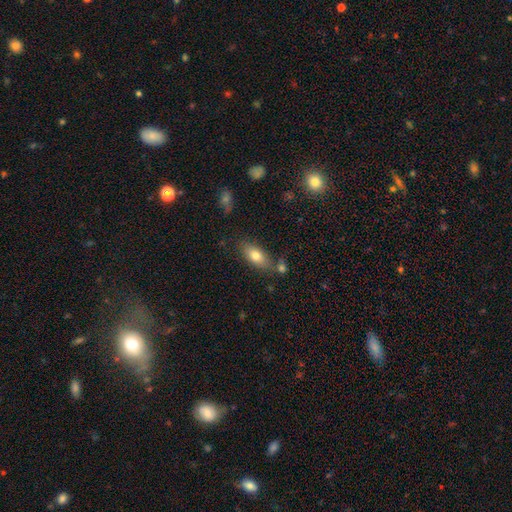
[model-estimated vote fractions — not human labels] Overall: smooth (78%). How rounded: in between (85%). Merging: none (71%).